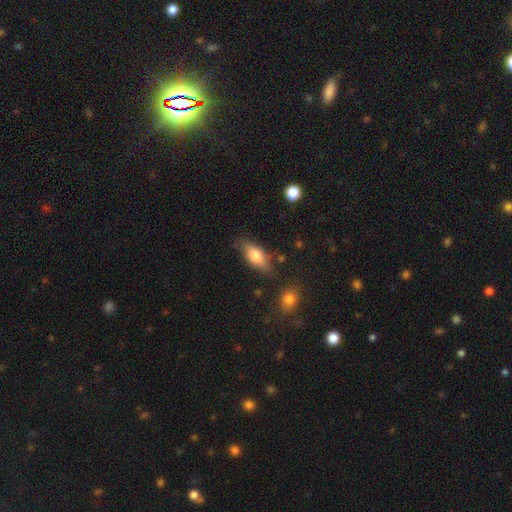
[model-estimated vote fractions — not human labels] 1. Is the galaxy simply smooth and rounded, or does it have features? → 72% smooth, 21% featured or disk, 7% star or artifact.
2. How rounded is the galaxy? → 80% in between, 16% cigar-shaped, 4% round.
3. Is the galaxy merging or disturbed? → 73% none, 19% minor disturbance, 5% major disturbance, 4% merger.